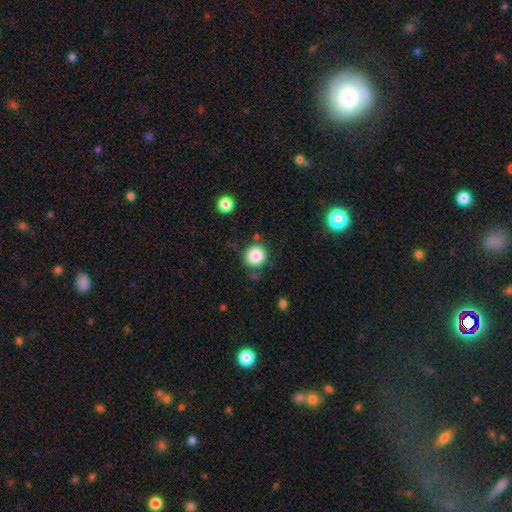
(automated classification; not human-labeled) A smooth galaxy with no disk features (85%) that is round (91%).

Vote fractions:
- Smooth or featured? smooth: 85% / star or artifact: 10% / featured or disk: 5%
- How rounded? round: 91% / in between: 8% / cigar-shaped: 1%
- Merging? none: 83% / minor disturbance: 10% / merger: 4% / major disturbance: 3%